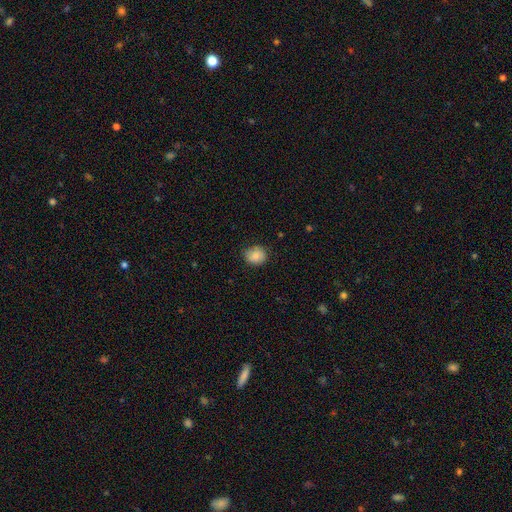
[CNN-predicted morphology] The model was most divided on "how rounded": round: 68%, in between: 31%, cigar-shaped: 1%. More confident: smooth or featured — smooth (83%); merging — none (75%).